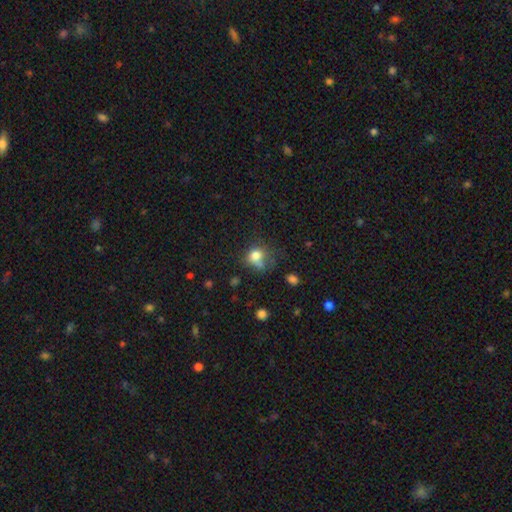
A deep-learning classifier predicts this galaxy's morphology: A smooth galaxy with no disk features (76%) that is round (63%). Merging: none (39%).